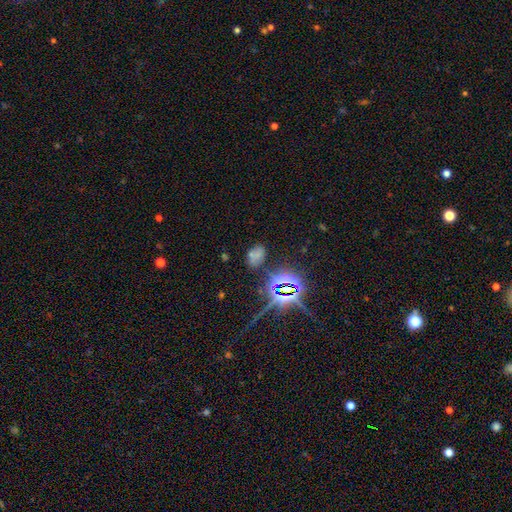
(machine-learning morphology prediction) smooth_or_featured: smooth (p=0.50) [alt: star or artifact p=0.36]
how_rounded: in between (p=0.83) [alt: round p=0.15]
merging: none (p=0.64) [alt: minor disturbance p=0.19]